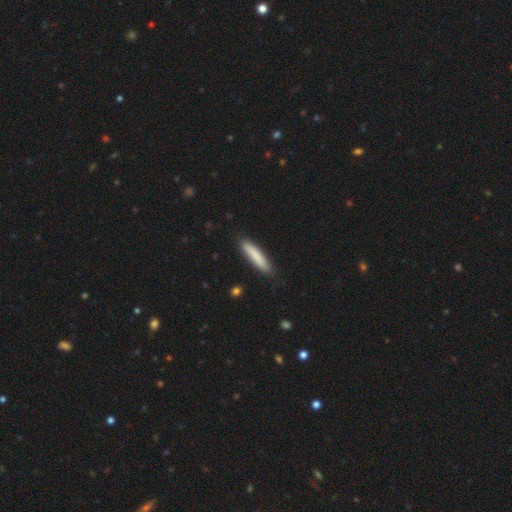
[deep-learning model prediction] Morphology: type=smooth (83%); roundness=cigar-shaped (87%); merging=none (86%).